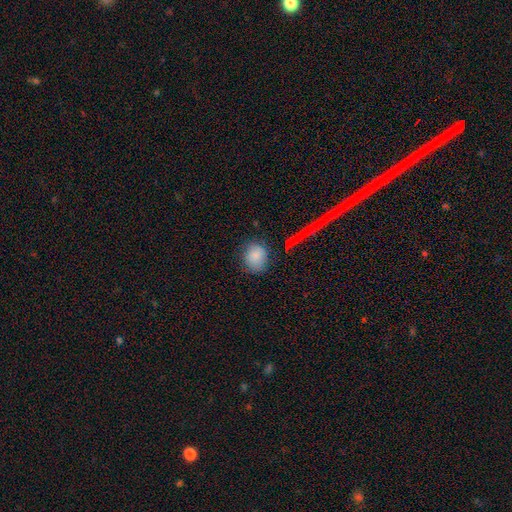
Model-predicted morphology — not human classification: A smooth galaxy with no disk features (83%) that is round (68%).

Vote fractions:
- Smooth or featured? smooth: 83% / star or artifact: 9% / featured or disk: 8%
- How rounded? round: 68% / in between: 30% / cigar-shaped: 2%
- Merging? none: 76% / minor disturbance: 16% / major disturbance: 5% / merger: 3%